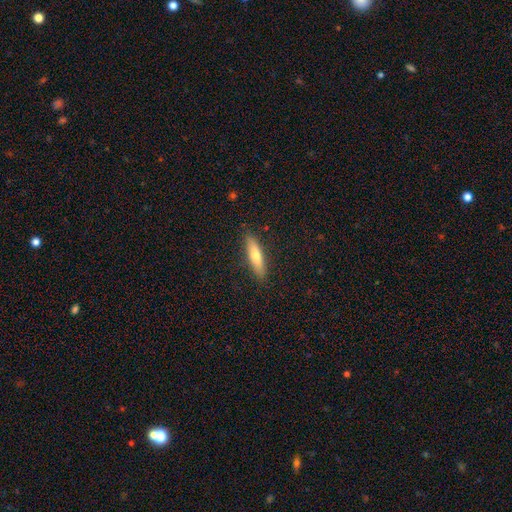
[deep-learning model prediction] Smooth or featured: smooth — 63% (featured or disk — 31%)
How rounded: cigar-shaped — 77% (in between — 22%)
Merging: none — 89% (minor disturbance — 8%)